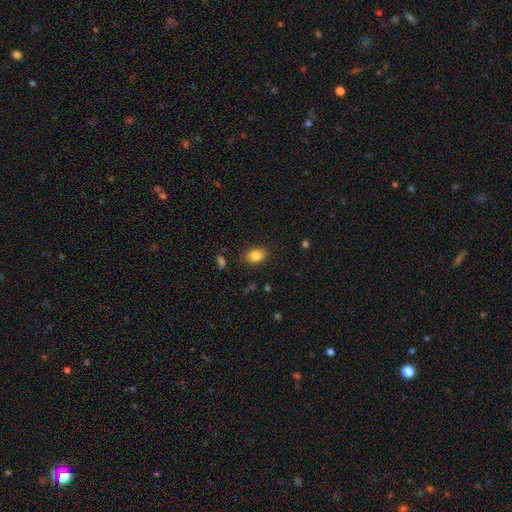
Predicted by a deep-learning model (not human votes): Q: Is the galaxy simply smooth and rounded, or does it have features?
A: smooth — 85%.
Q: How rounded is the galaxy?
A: in between — 62%.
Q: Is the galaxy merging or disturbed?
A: none — 86%.